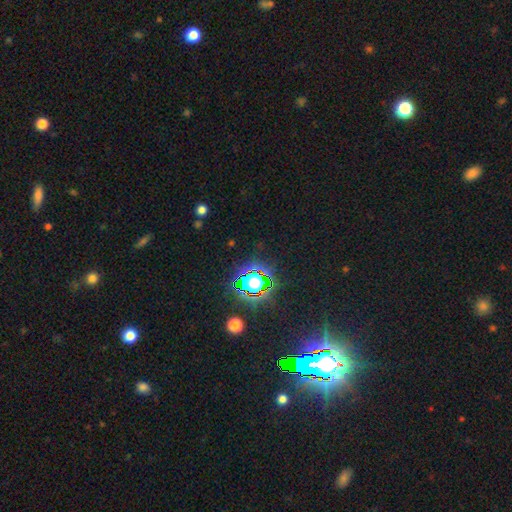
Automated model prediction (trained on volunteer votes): Smooth or featured? star or artifact (82%)